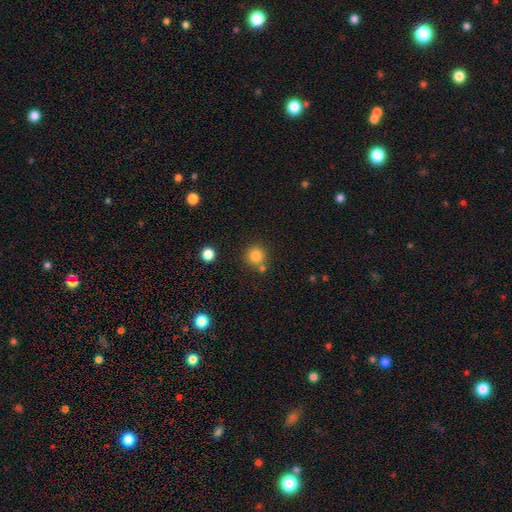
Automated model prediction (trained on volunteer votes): A smooth galaxy with no disk features (82%) that is round (94%).

Vote fractions:
- Smooth or featured? smooth: 82% / star or artifact: 12% / featured or disk: 6%
- How rounded? round: 94% / in between: 5% / cigar-shaped: 1%
- Merging? none: 75% / merger: 14% / minor disturbance: 9% / major disturbance: 3%